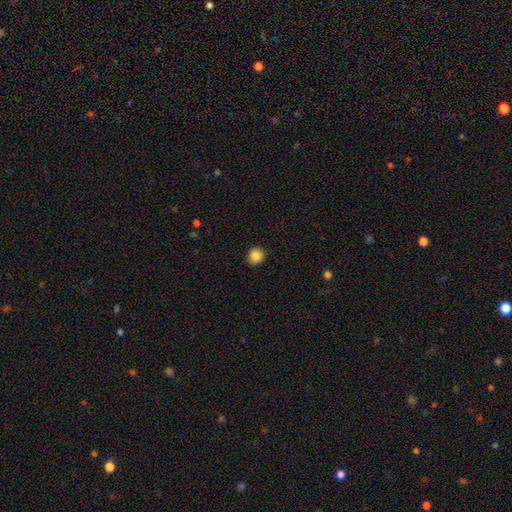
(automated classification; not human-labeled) This is clearly a smooth galaxy (86%). How rounded: clearly round (88%). Merging: clearly none (92%).